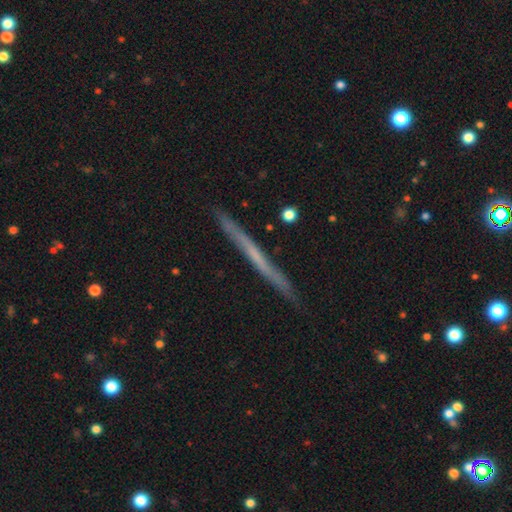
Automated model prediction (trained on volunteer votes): Overall: featured or disk (55%; smooth 39%). Edge-on disk: yes (97%). Edge-on bulge: none (91%). Merging: none (89%).